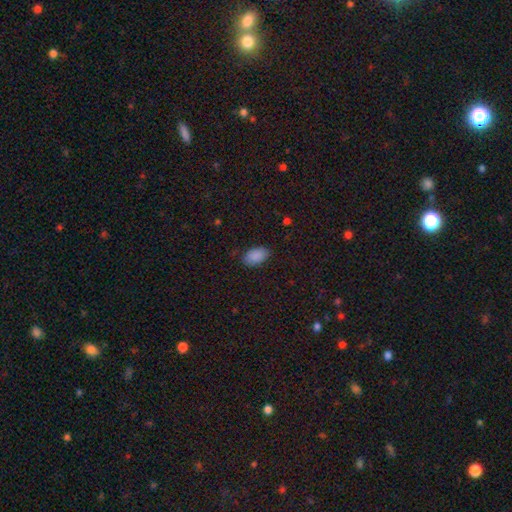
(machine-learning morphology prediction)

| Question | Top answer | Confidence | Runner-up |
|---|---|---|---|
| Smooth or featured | smooth | 89% | star or artifact (8%) |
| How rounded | in between | 93% | round (5%) |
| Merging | none | 84% | minor disturbance (12%) |